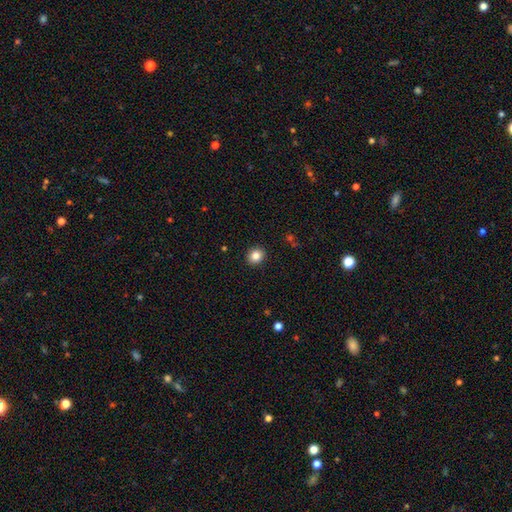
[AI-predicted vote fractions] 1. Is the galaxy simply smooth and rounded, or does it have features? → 84% smooth, 10% star or artifact, 6% featured or disk.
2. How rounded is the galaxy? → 77% round, 22% in between, 1% cigar-shaped.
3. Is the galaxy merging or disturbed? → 91% none, 6% minor disturbance, 2% major disturbance, 1% merger.